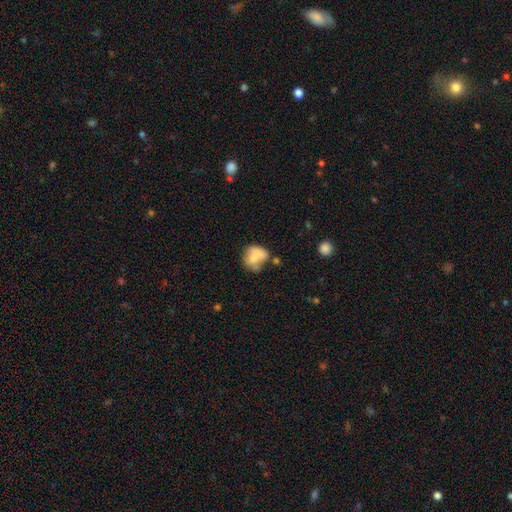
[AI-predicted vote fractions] Smooth or featured?
  - smooth: 63% *
  - featured or disk: 27%
  - star or artifact: 10%
How rounded?
  - round: 50% *
  - in between: 48%
  - cigar-shaped: 1%
Merging?
  - none: 31% *
  - merger: 28%
  - minor disturbance: 23%
  - major disturbance: 18%